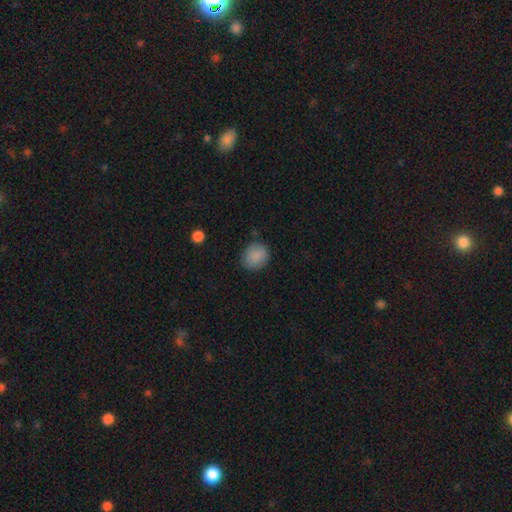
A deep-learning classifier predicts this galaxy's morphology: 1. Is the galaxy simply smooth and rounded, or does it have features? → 87% smooth, 8% star or artifact, 5% featured or disk.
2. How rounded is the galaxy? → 74% round, 25% in between, 1% cigar-shaped.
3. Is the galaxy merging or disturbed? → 81% none, 14% minor disturbance, 3% major disturbance, 2% merger.